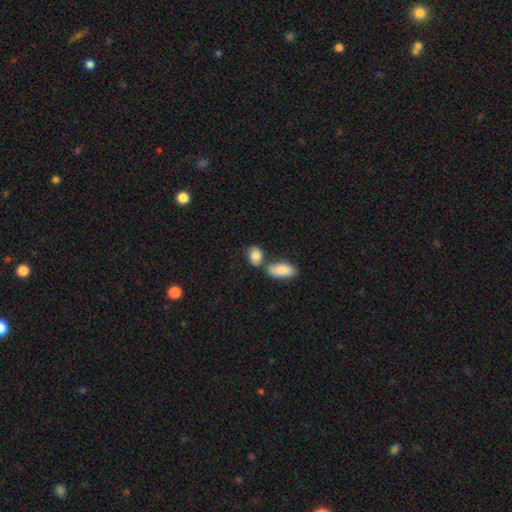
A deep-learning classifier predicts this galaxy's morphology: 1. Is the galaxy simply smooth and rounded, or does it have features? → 86% smooth, 8% featured or disk, 7% star or artifact.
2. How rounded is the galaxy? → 80% in between, 18% round, 3% cigar-shaped.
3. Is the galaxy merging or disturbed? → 48% none, 33% merger, 14% minor disturbance, 5% major disturbance.